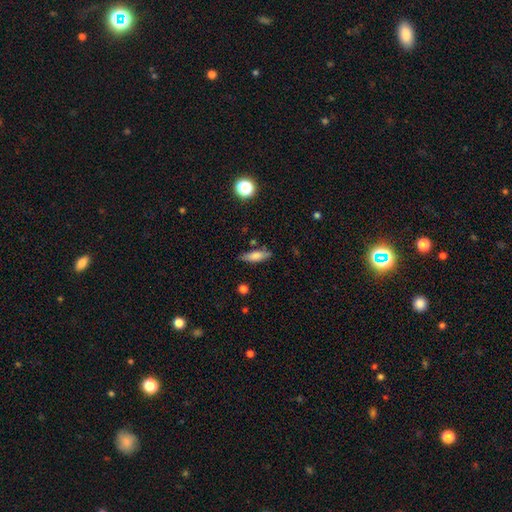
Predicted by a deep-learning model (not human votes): Smooth or featured: smooth — 72% (featured or disk — 20%)
How rounded: in between — 49% (cigar-shaped — 48%)
Merging: none — 77% (minor disturbance — 16%)